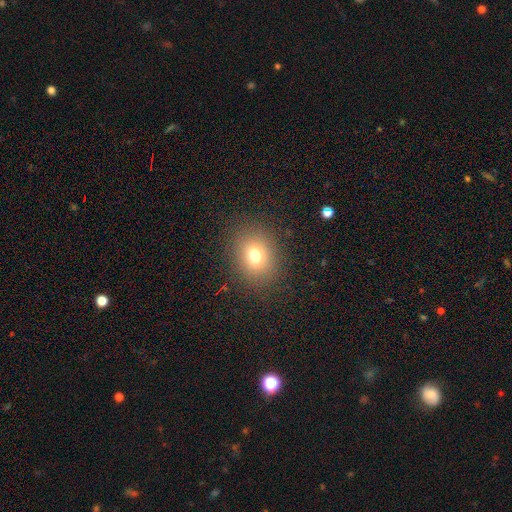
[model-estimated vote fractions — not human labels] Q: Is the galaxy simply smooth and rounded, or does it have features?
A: smooth — 74%.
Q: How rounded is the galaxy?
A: round — 53%.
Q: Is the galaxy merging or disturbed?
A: none — 86%.